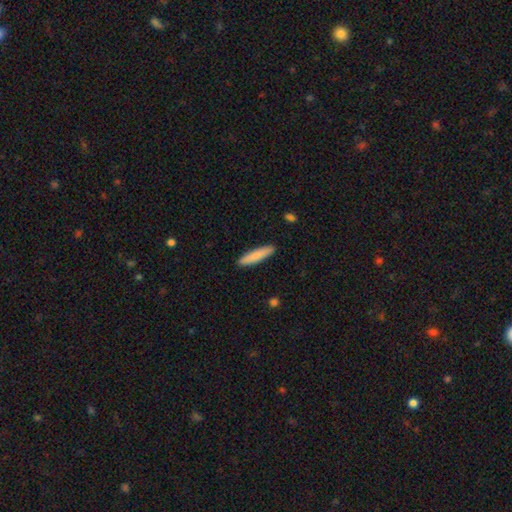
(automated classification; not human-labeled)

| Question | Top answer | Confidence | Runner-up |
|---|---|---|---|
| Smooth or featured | smooth | 84% | featured or disk (11%) |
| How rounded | cigar-shaped | 86% | in between (13%) |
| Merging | none | 91% | minor disturbance (7%) |